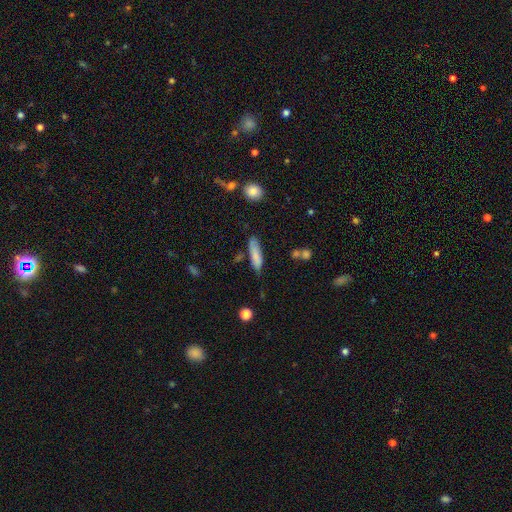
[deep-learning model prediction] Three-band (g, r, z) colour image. It shows a smooth galaxy with no disk features (79%) that is cigar-shaped (68%). Merging: none (68%).